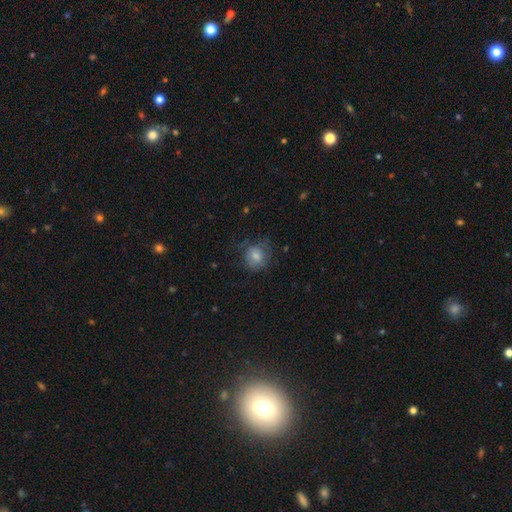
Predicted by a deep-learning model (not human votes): Smooth or featured?
  - smooth: 72% *
  - featured or disk: 19%
  - star or artifact: 9%
How rounded?
  - round: 76% *
  - in between: 23%
  - cigar-shaped: 1%
Merging?
  - none: 57% *
  - minor disturbance: 24%
  - major disturbance: 17%
  - merger: 1%